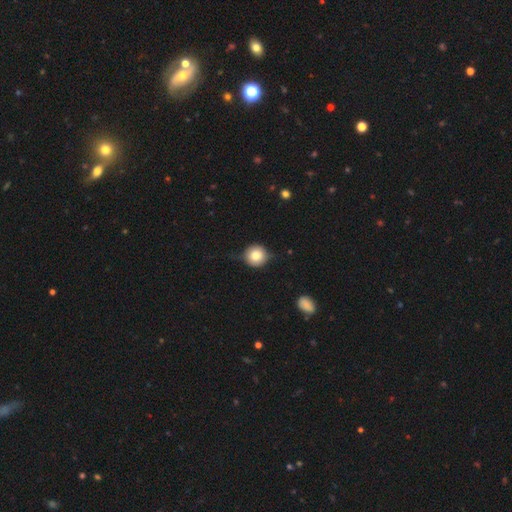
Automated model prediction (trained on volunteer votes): This appears to be a smooth galaxy with no disk features (77%) that is round (93%). Merging: none (72%).